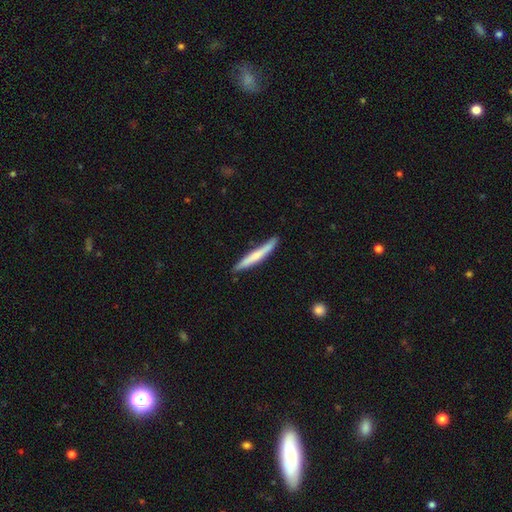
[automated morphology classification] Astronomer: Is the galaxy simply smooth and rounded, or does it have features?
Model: smooth — 60% (runner-up: featured or disk, 35%).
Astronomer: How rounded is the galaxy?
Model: cigar-shaped — 96%.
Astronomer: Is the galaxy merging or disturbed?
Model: none — 82%.